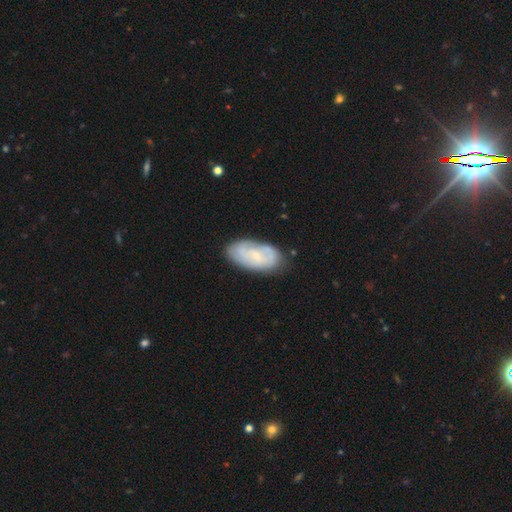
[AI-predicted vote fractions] The model was most divided on "smooth or featured": featured or disk: 51%, smooth: 42%, star or artifact: 6%. More confident: edge-on disk — no (94%); merging — none (75%).